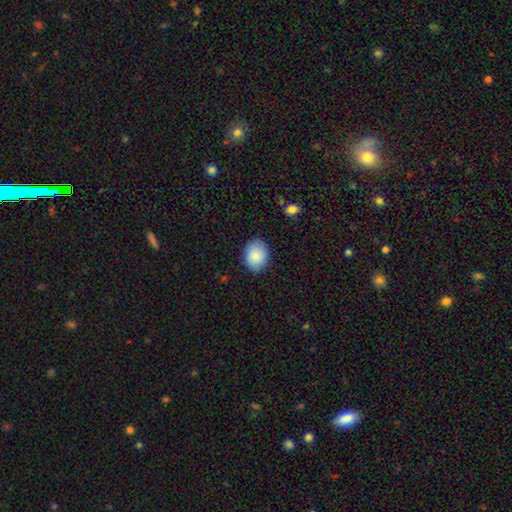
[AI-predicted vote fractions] A smooth galaxy with no disk features (88%) that is in between round and cigar-shaped (57%).

Vote fractions:
- Smooth or featured? smooth: 88% / star or artifact: 7% / featured or disk: 5%
- How rounded? in between: 57% / round: 43% / cigar-shaped: 1%
- Merging? none: 86% / minor disturbance: 10% / major disturbance: 2% / merger: 1%